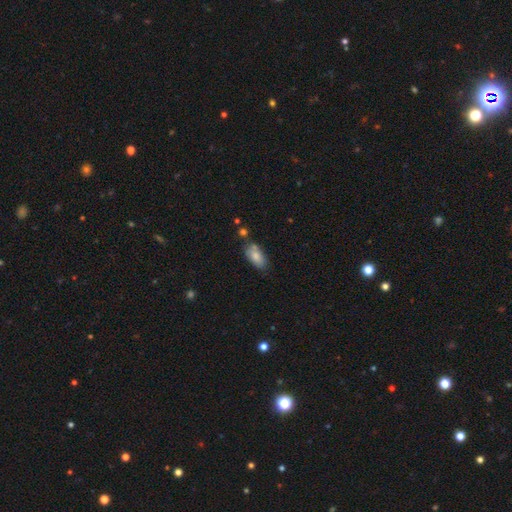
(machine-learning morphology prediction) A smooth galaxy with no disk features (80%) that is in between round and cigar-shaped (92%). Merging: none (66%).